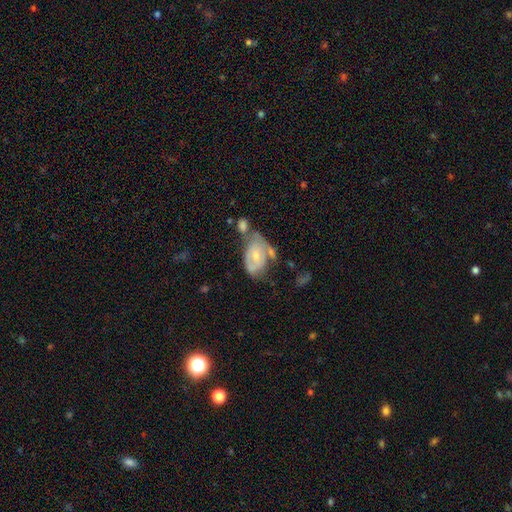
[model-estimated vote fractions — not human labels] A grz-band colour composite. It shows a featured or disk galaxy (56%) with no bar (63%), spiral arms (60%) and a small central bulge (47%). Merging: merger (34%).